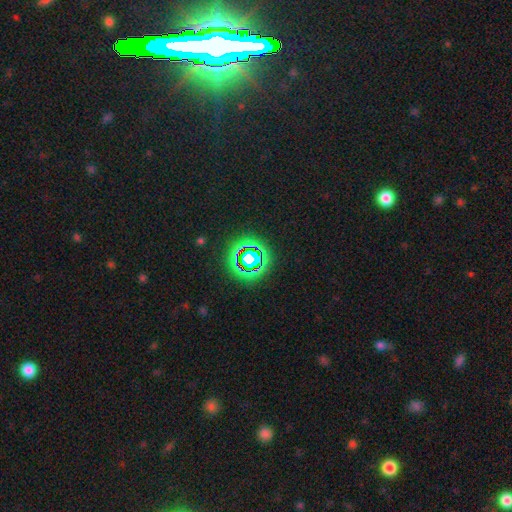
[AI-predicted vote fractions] Smooth or featured? star or artifact (75%)